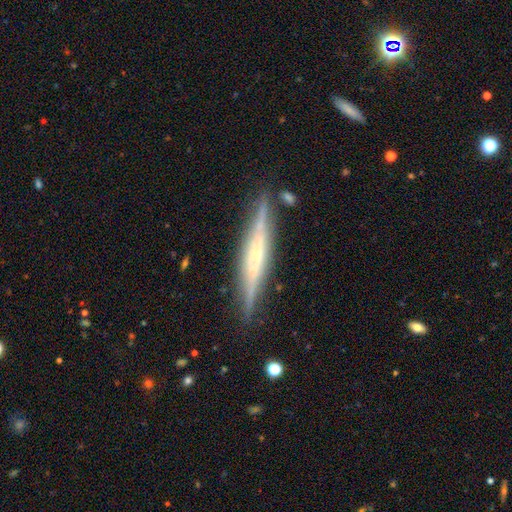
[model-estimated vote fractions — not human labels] smooth-or-featured: featured or disk: 77% | smooth: 17% | star or artifact: 6%
  disk-edge-on: yes: 96% | no: 4%
    edge-on-bulge: rounded: 59% | none: 26% | boxy: 15%
  merging: none: 85% | minor disturbance: 10% | merger: 2% | major disturbance: 2%